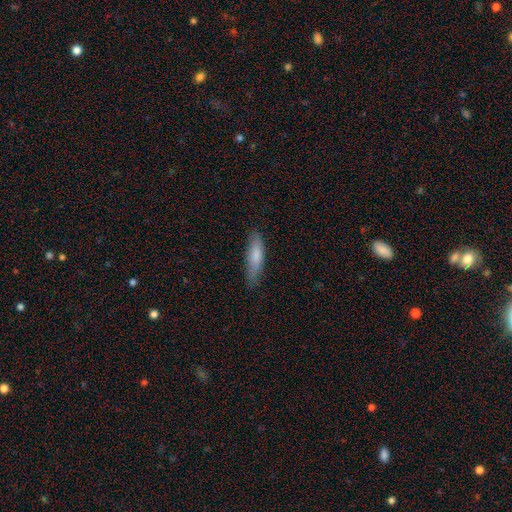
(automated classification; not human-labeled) smooth_or_featured: smooth (p=0.78) [alt: featured or disk p=0.16]
how_rounded: cigar-shaped (p=0.68) [alt: in between p=0.31]
merging: none (p=0.76) [alt: minor disturbance p=0.19]